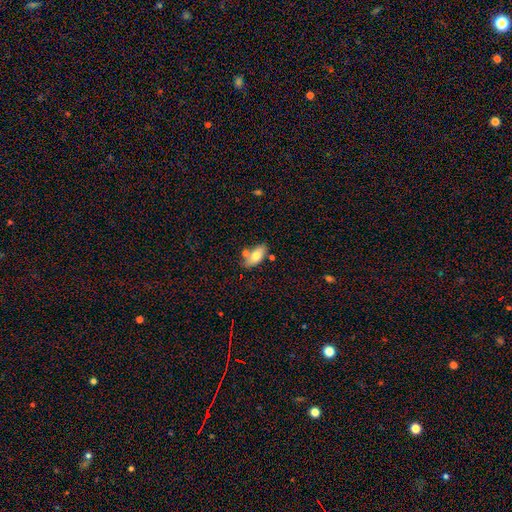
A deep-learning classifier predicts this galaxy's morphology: smooth-or-featured: smooth: 71% | featured or disk: 22% | star or artifact: 7%
  how-rounded: in between: 88% | cigar-shaped: 8% | round: 3%
  merging: none: 62% | merger: 17% | minor disturbance: 17% | major disturbance: 4%